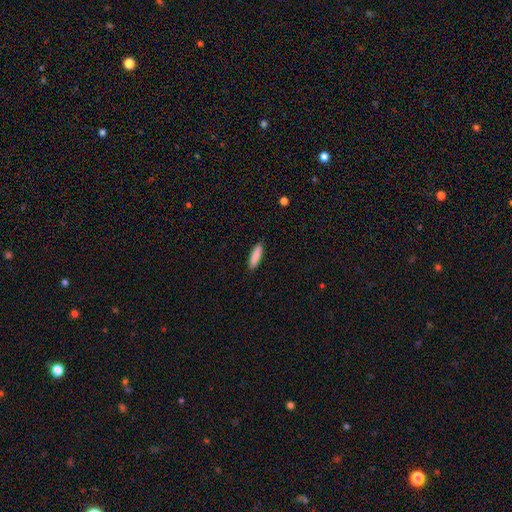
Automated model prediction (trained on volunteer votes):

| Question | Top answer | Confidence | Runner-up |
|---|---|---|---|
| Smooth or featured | smooth | 88% | featured or disk (6%) |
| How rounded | cigar-shaped | 69% | in between (30%) |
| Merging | none | 89% | minor disturbance (8%) |